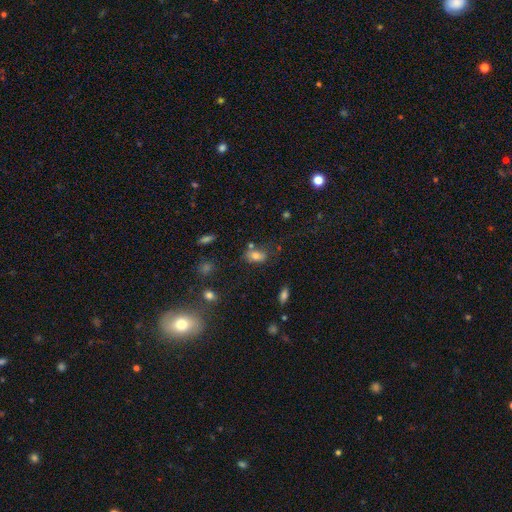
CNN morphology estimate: A smooth galaxy with no disk features (76%) that is in between round and cigar-shaped (86%). Merging: none (62%).